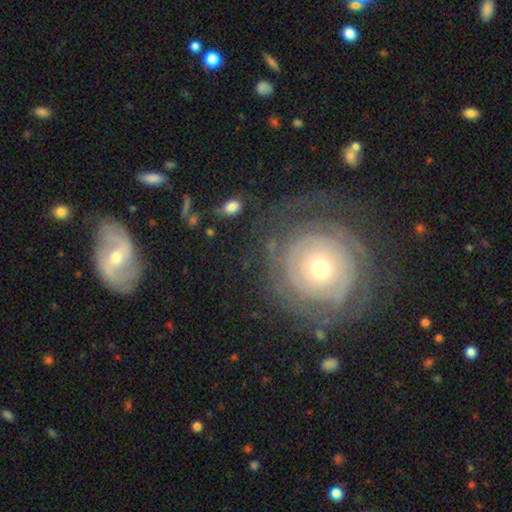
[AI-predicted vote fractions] featured or disk 71%, smooth 19%, star or artifact 10%. Down the decision tree: edge-on disk — no (96%); bar — no (80%); spiral arms — yes (84%); spiral arm count — can't tell (41%); spiral winding — tight (78%); bulge size — moderate (50%); merging — none (73%).